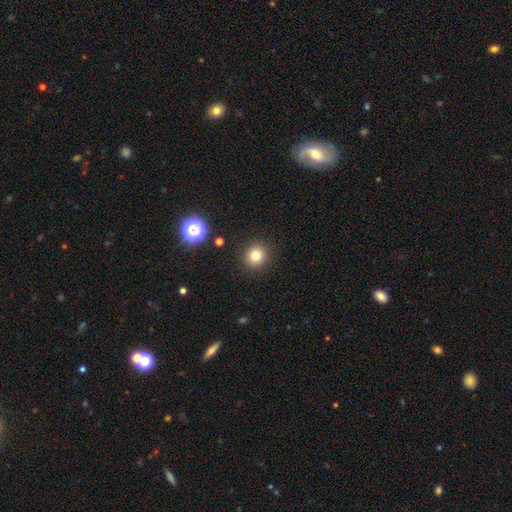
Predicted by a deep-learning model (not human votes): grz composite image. It shows a smooth galaxy with no disk features (79%) that is round (89%). Merging: none (91%).